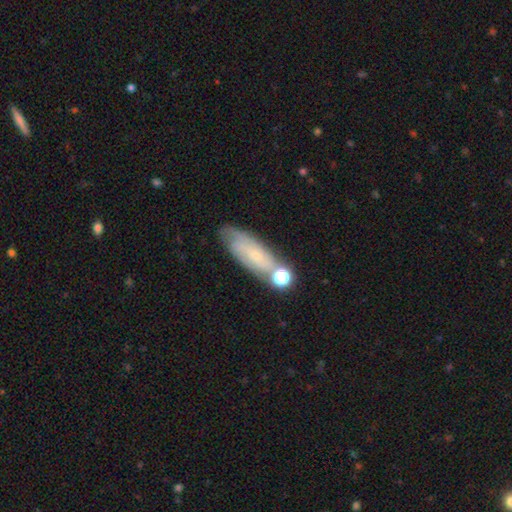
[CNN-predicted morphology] featured or disk 47%, smooth 42%, star or artifact 10%. Down the decision tree: merging — none (59%).